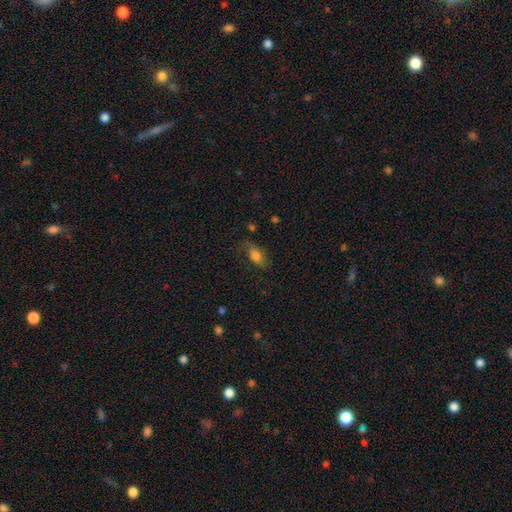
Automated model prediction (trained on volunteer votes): smooth_or_featured: smooth (p=0.67) [alt: featured or disk p=0.23]
how_rounded: in between (p=0.82) [alt: cigar-shaped p=0.11]
merging: none (p=0.62) [alt: minor disturbance p=0.25]